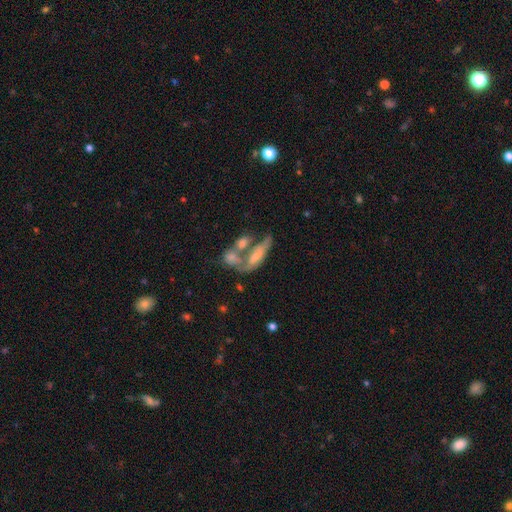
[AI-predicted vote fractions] smooth-or-featured: featured or disk: 47% | smooth: 41% | star or artifact: 12%
  merging: merger: 53% | none: 25% | major disturbance: 11% | minor disturbance: 11%